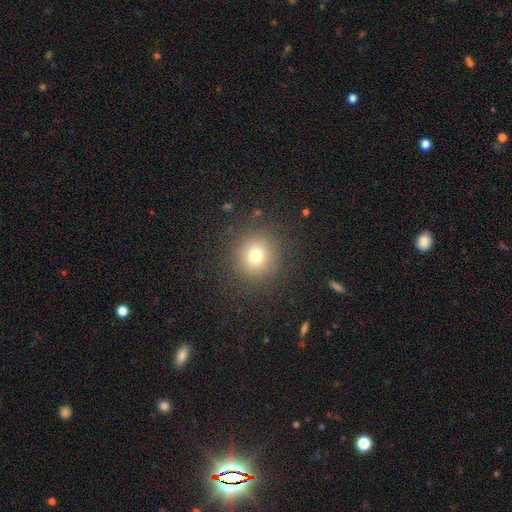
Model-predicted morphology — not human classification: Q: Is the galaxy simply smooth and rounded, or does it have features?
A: smooth — 74%.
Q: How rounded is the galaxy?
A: round — 93%.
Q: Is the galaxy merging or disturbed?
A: none — 89%.